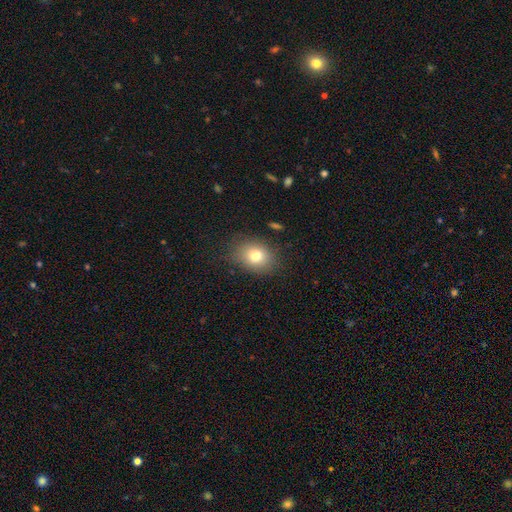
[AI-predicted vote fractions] Smooth or featured: smooth — 78% (star or artifact — 11%)
How rounded: in between — 55% (round — 44%)
Merging: none — 79% (minor disturbance — 14%)